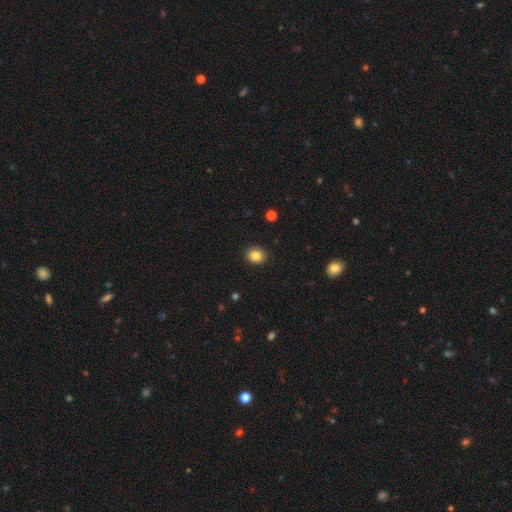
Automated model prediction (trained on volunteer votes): Q: Smooth or featured?
A: smooth (85%); runner-up: star or artifact (10%)
Q: How rounded?
A: round (66%); runner-up: in between (33%)
Q: Merging?
A: none (90%); runner-up: minor disturbance (7%)